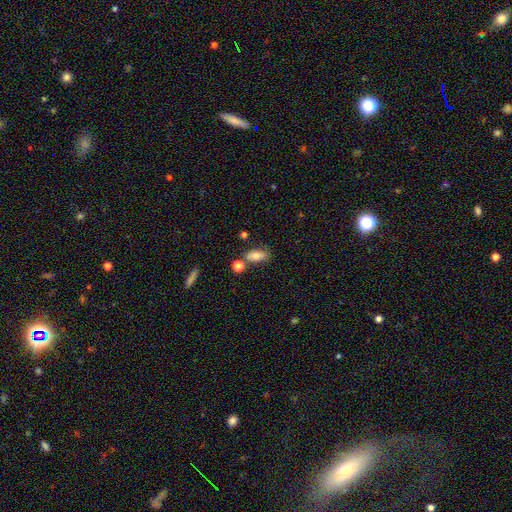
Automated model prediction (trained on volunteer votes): smooth-or-featured: smooth: 74% | featured or disk: 17% | star or artifact: 9%
  how-rounded: in between: 79% | cigar-shaped: 14% | round: 7%
  merging: none: 65% | merger: 16% | minor disturbance: 15% | major disturbance: 5%